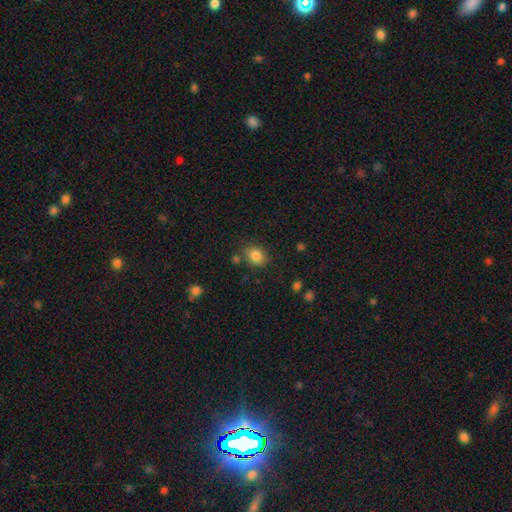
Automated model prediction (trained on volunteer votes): Smooth or featured? Predicted: smooth (p=0.84). How rounded? Predicted: in between (p=0.56). Merging? Predicted: none (p=0.78).